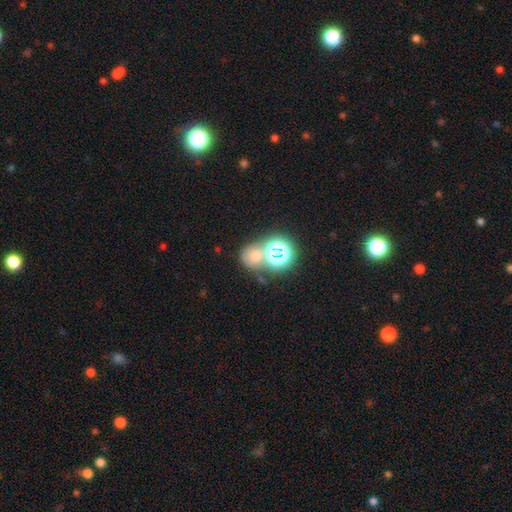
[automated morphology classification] smooth 56%, star or artifact 32%, featured or disk 12%. Down the decision tree: how rounded — round (71%); merging — none (46%).